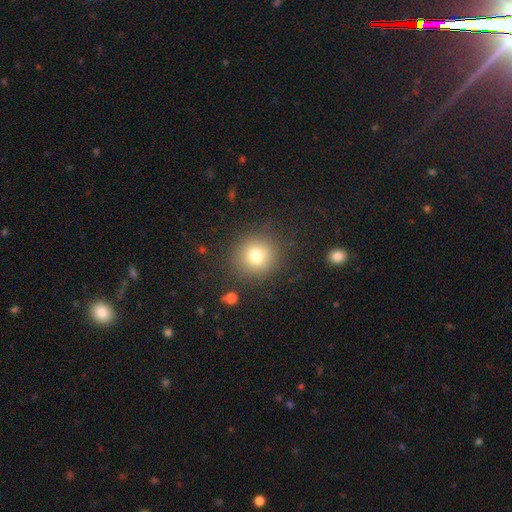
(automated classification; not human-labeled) smooth 75%, star or artifact 14%, featured or disk 11%. Down the decision tree: how rounded — round (91%); merging — none (83%).